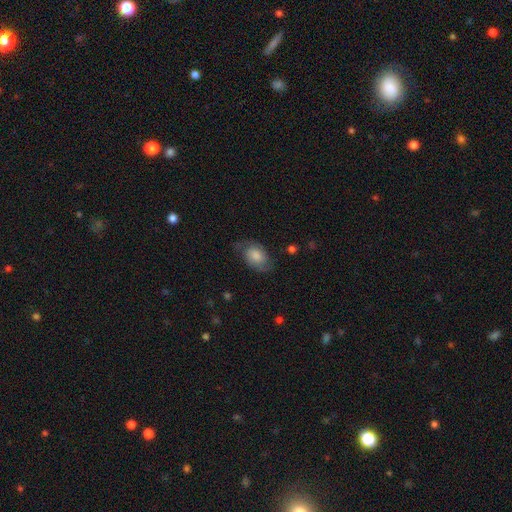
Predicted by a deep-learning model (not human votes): Morphology: type=smooth (59%); roundness=in between (84%); merging=none (62%).